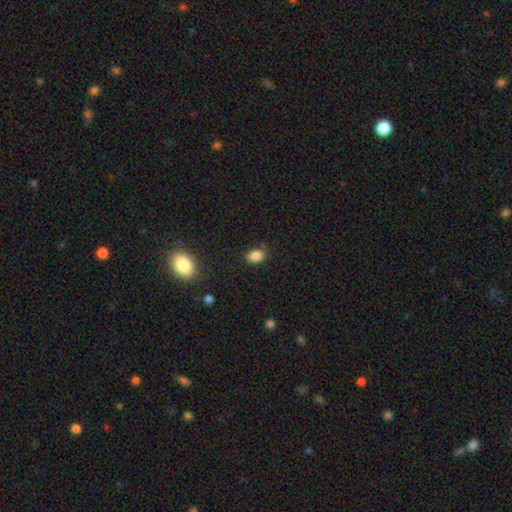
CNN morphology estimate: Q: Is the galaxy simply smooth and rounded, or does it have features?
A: smooth — 85%.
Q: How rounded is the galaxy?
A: in between — 78%.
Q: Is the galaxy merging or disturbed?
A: none — 81%.